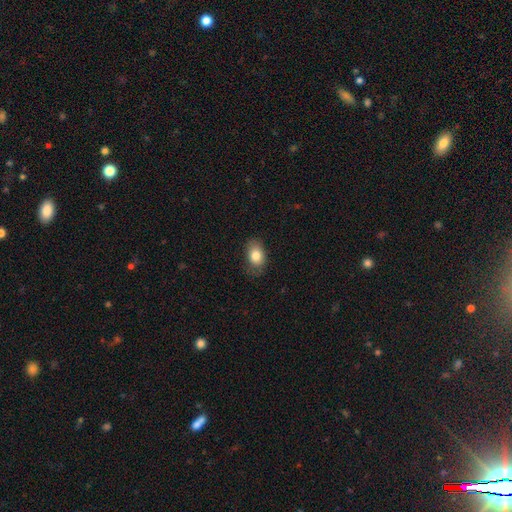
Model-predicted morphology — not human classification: Overall: smooth (81%). How rounded: in between (81%). Merging: none (74%).